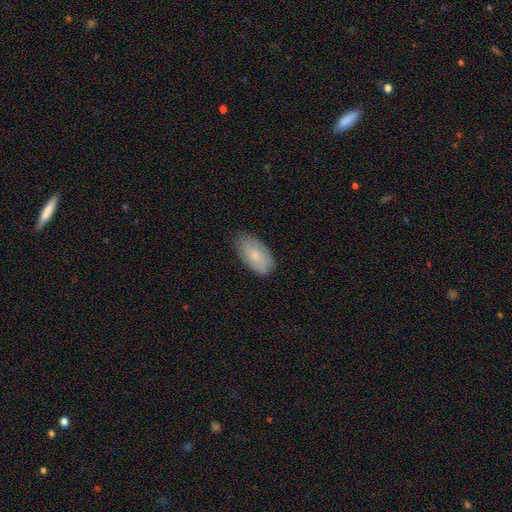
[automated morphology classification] The model was most divided on "smooth or featured": smooth: 63%, featured or disk: 31%, star or artifact: 6%. More confident: how rounded — in between (94%); merging — none (77%).